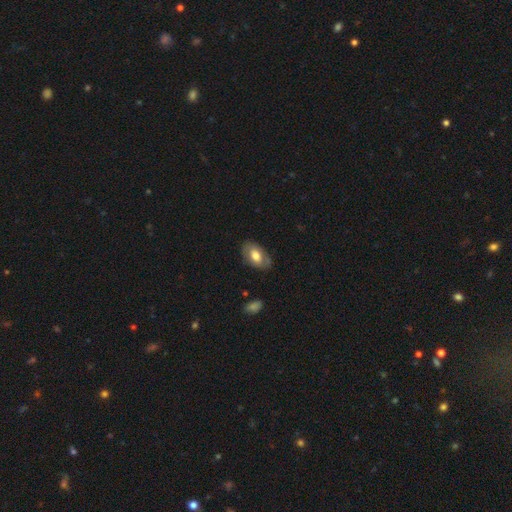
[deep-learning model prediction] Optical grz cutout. It shows a smooth galaxy with no disk features (62%) that is in between round and cigar-shaped (91%). Merging: none (77%).